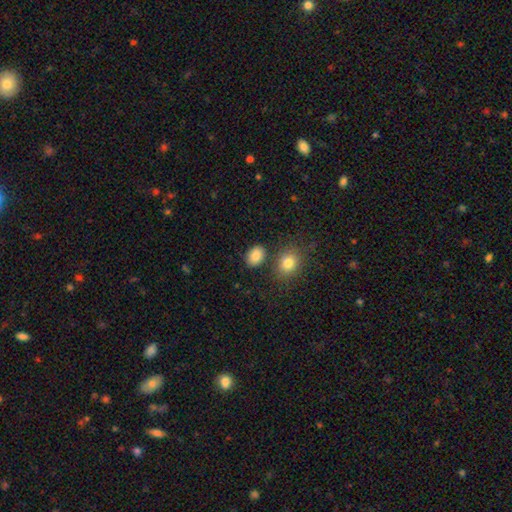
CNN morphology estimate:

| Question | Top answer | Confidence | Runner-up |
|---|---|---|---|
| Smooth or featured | smooth | 85% | star or artifact (10%) |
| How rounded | in between | 71% | round (28%) |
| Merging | none | 78% | minor disturbance (11%) |